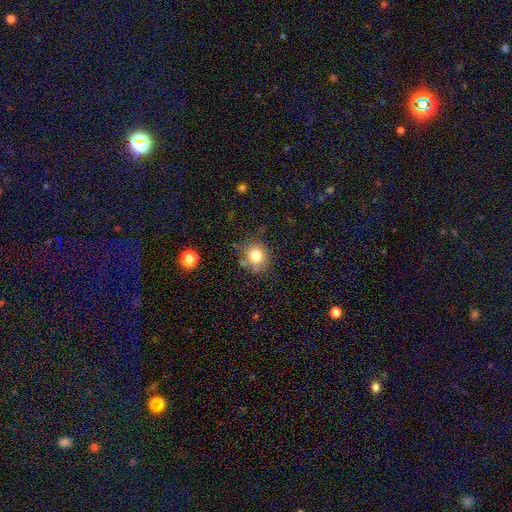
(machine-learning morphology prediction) The model was most divided on "how rounded": round: 79%, in between: 20%, cigar-shaped: 1%. More confident: smooth or featured — smooth (78%); merging — none (75%).